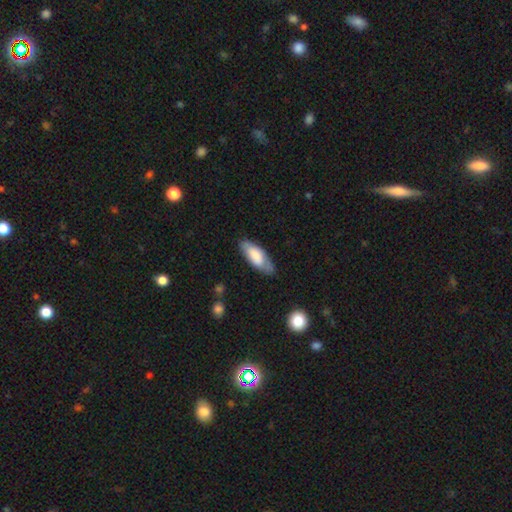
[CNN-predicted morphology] smooth-or-featured: smooth: 68% | featured or disk: 26% | star or artifact: 6%
  how-rounded: in between: 76% | cigar-shaped: 23% | round: 2%
  merging: none: 72% | minor disturbance: 21% | major disturbance: 5% | merger: 2%